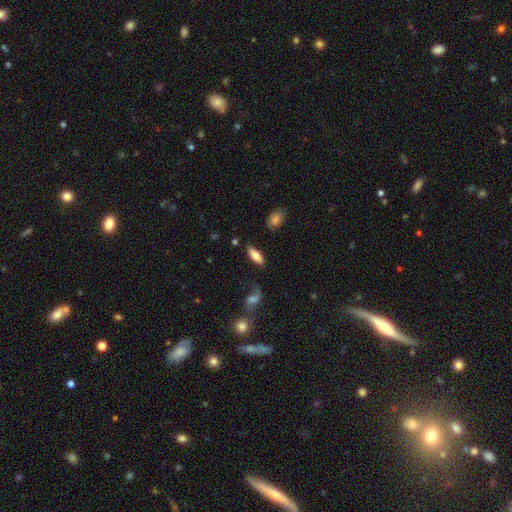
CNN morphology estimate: This is likely a smooth galaxy (71%). How rounded: likely in between (70%). Merging: likely none (77%).